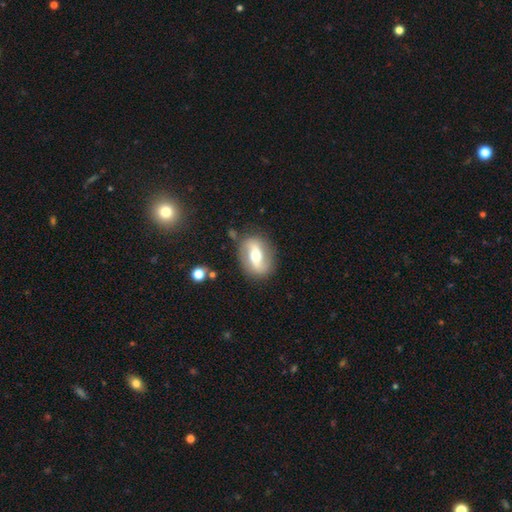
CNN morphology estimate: This is likely a featured or disk galaxy (61%). It is clearly not viewed edge-on (86%). Bar: possibly strong (49%). Spiral arm pattern: possibly yes (57%). Central bulge: likely moderate (71%). Merging: clearly none (81%).